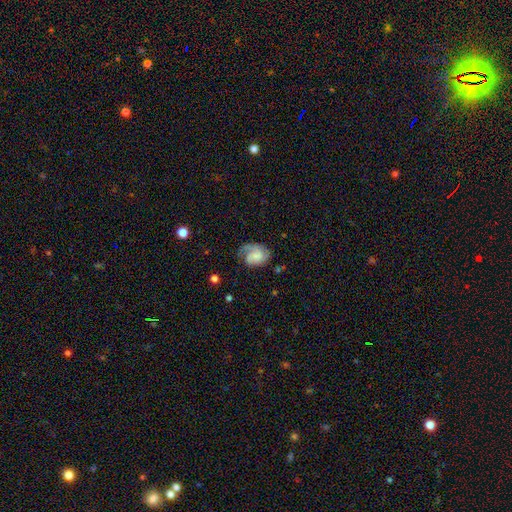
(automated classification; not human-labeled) Smooth or featured?
  - featured or disk: 56% *
  - smooth: 36%
  - star or artifact: 8%
Edge-on disk?
  - no: 97% *
  - yes: 3%
Bar?
  - no: 65% *
  - weak: 29%
  - strong: 5%
Spiral arms?
  - yes: 88% *
  - no: 12%
Bulge size?
  - small: 35% *
  - none: 34%
  - moderate: 20%
  - large: 8%
  - dominant: 3%
Merging?
  - none: 50% *
  - minor disturbance: 27%
  - major disturbance: 21%
  - merger: 2%